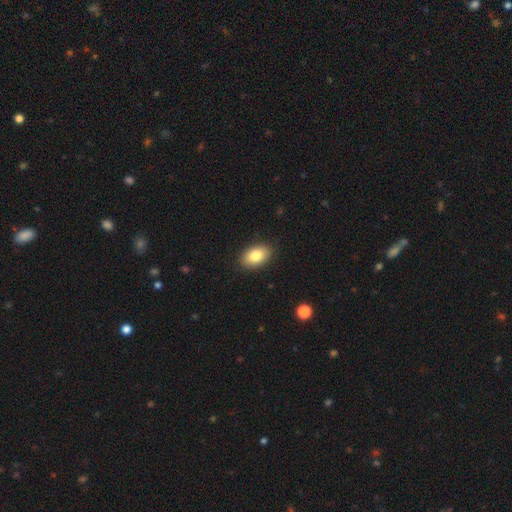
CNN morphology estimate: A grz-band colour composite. It shows a smooth galaxy with no disk features (83%) that is in between round and cigar-shaped (90%). Merging: none (89%).